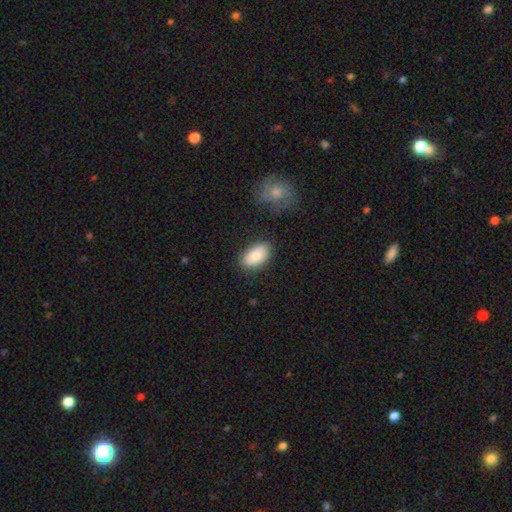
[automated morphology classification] A smooth galaxy with no disk features (85%) that is in between round and cigar-shaped (93%). Merging: none (82%).